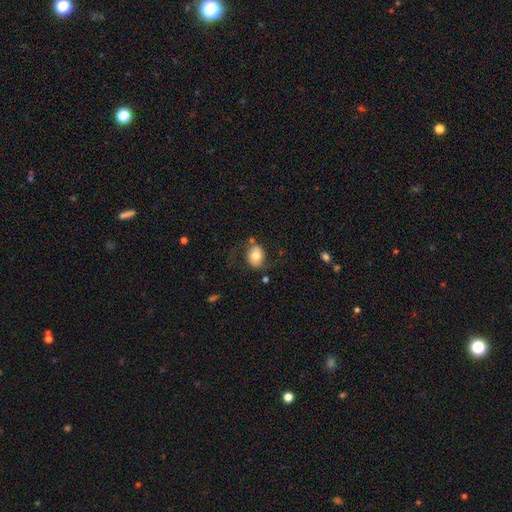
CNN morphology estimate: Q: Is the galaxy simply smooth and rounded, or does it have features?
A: smooth — 62%.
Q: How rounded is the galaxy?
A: in between — 57%.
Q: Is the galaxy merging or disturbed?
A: none — 62%.